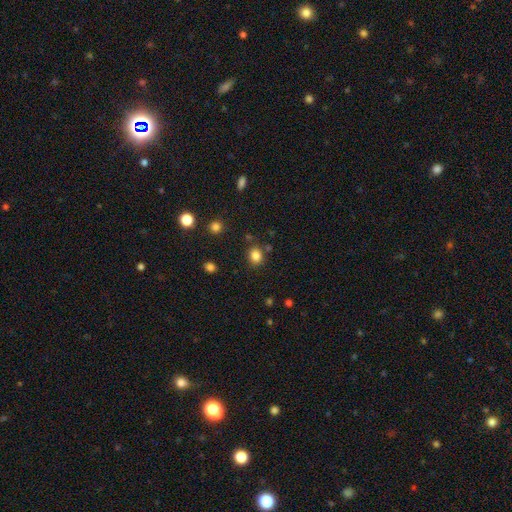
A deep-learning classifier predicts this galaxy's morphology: The model was most divided on "how rounded": round: 67%, in between: 32%, cigar-shaped: 1%. More confident: smooth or featured — smooth (83%); merging — none (82%).